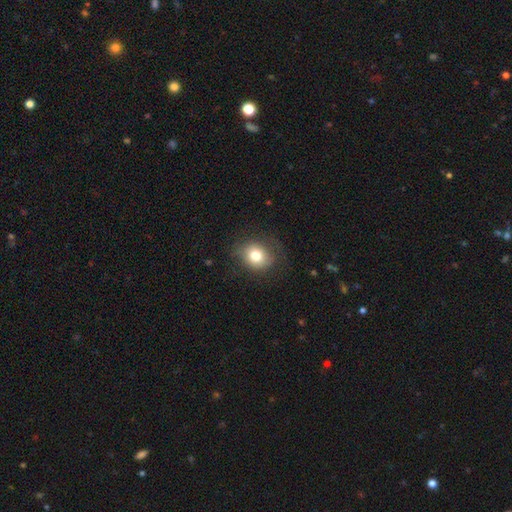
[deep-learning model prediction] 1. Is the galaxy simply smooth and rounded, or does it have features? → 77% smooth, 12% featured or disk, 10% star or artifact.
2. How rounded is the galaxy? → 72% round, 27% in between, 1% cigar-shaped.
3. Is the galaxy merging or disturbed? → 74% none, 17% minor disturbance, 8% major disturbance, 1% merger.